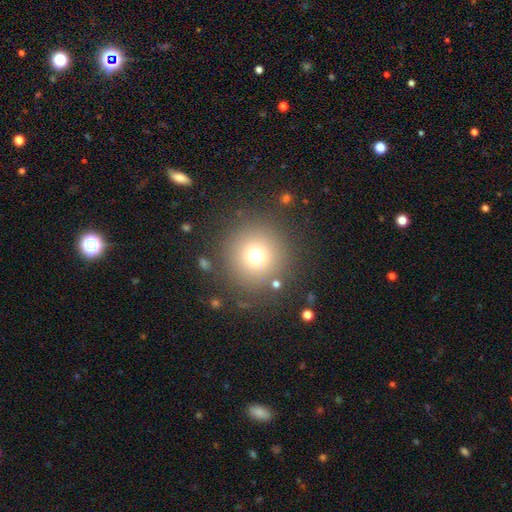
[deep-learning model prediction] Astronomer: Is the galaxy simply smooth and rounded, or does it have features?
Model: smooth — 72%.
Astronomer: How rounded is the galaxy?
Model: round — 96%.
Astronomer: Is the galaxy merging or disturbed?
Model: none — 85%.